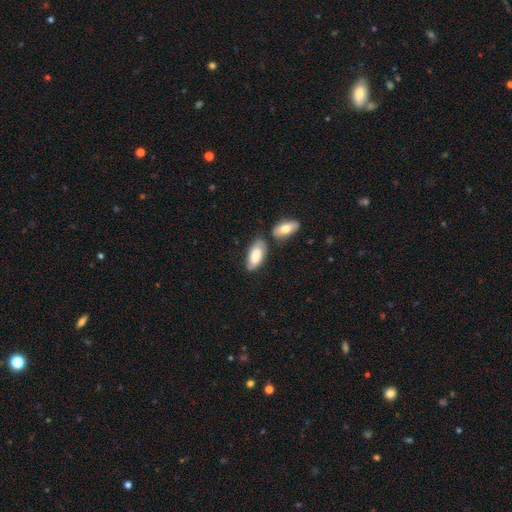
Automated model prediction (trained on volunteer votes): Smooth or featured? smooth (74%)
How rounded? in between (90%)
Merging? none (60%)